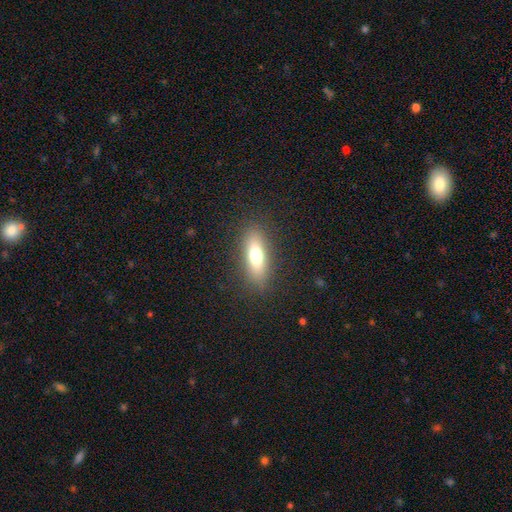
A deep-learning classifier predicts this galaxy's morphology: Smooth or featured?
  - smooth: 69% *
  - featured or disk: 22%
  - star or artifact: 9%
How rounded?
  - in between: 54% *
  - cigar-shaped: 43%
  - round: 4%
Merging?
  - none: 86% *
  - minor disturbance: 10%
  - major disturbance: 4%
  - merger: 1%